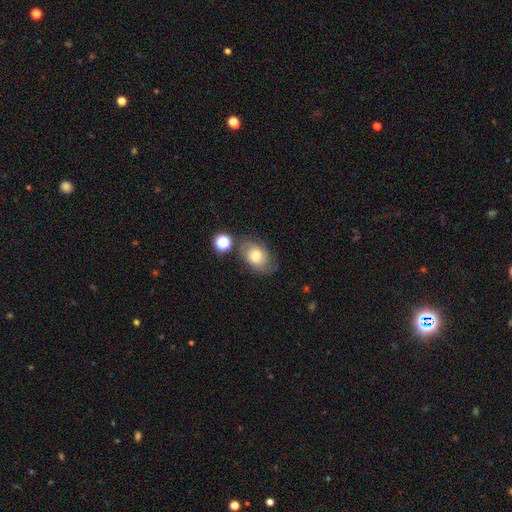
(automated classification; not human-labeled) This is possibly a featured or disk galaxy (48%). Merging: likely none (62%).